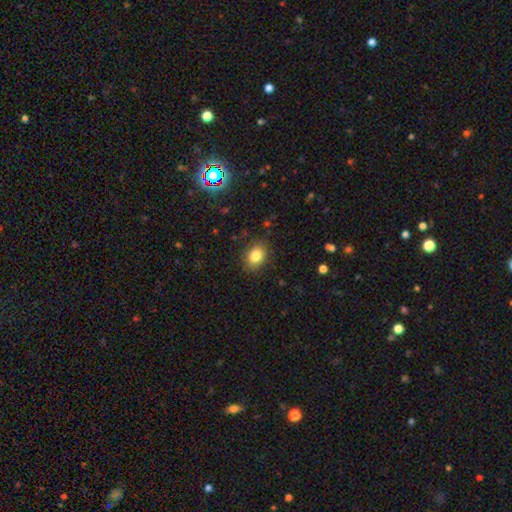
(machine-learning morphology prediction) A smooth galaxy with no disk features (82%) that is in between round and cigar-shaped (63%). Merging: none (86%).